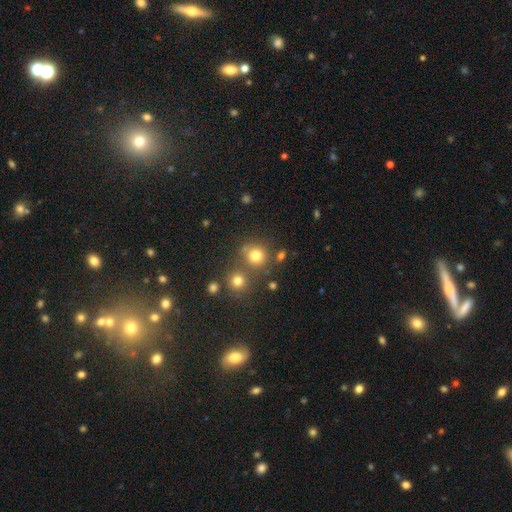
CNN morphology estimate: Smooth or featured?
  - smooth: 76% *
  - star or artifact: 16%
  - featured or disk: 8%
How rounded?
  - round: 87% *
  - in between: 12%
  - cigar-shaped: 1%
Merging?
  - none: 66% *
  - merger: 19%
  - minor disturbance: 10%
  - major disturbance: 4%